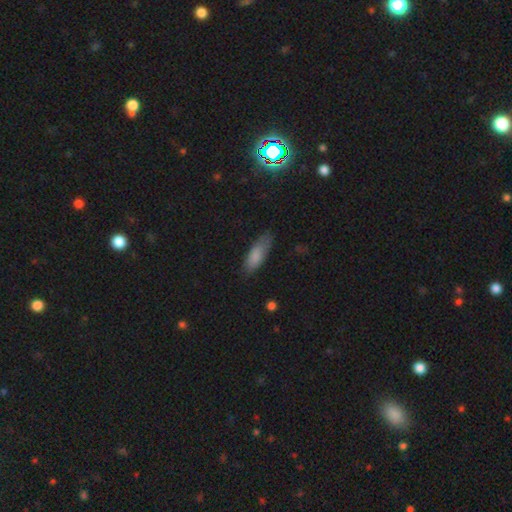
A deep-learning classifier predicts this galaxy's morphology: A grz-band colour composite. It shows a smooth galaxy with no disk features (84%) that is in between round and cigar-shaped (65%). Merging: none (71%).